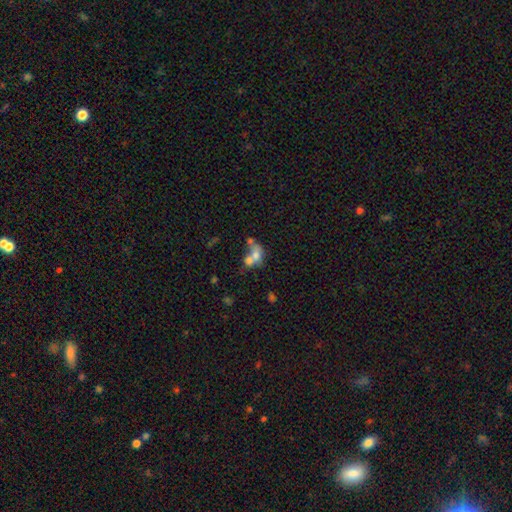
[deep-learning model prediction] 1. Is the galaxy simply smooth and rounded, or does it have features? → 59% smooth, 28% featured or disk, 13% star or artifact.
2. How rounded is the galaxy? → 55% in between, 43% round, 2% cigar-shaped.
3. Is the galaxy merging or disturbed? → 64% merger, 20% none, 8% minor disturbance, 7% major disturbance.